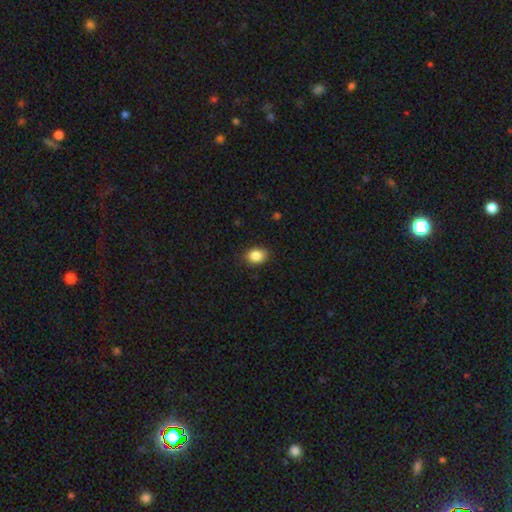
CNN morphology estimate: type=smooth (86%); roundness=in between (65%); merging=none (86%).